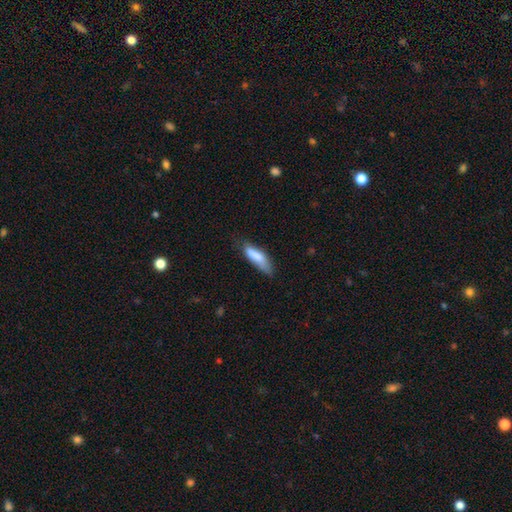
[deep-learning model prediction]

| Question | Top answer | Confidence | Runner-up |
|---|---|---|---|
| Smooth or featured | smooth | 81% | featured or disk (13%) |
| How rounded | cigar-shaped | 54% | in between (45%) |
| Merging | none | 50% | minor disturbance (36%) |